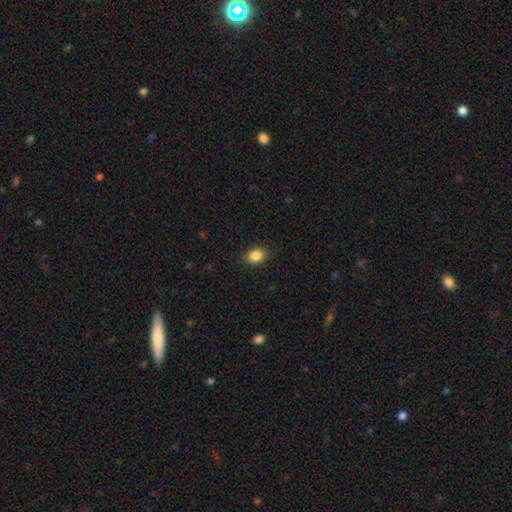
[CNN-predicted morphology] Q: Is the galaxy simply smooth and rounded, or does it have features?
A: smooth — 87%.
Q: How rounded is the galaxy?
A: in between — 70%.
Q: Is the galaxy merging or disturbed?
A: none — 88%.